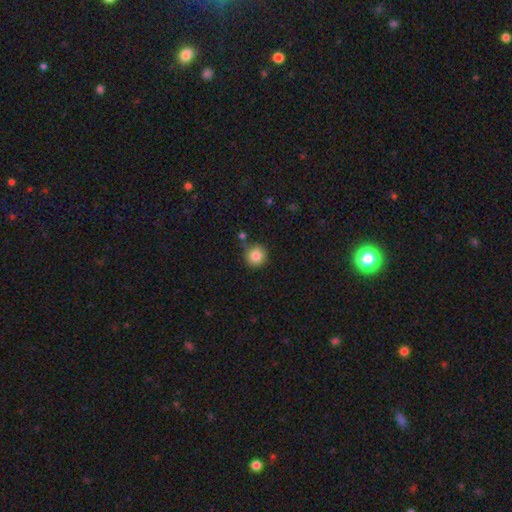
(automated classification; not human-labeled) A smooth galaxy with no disk features (84%) that is round (94%). Merging: none (81%).